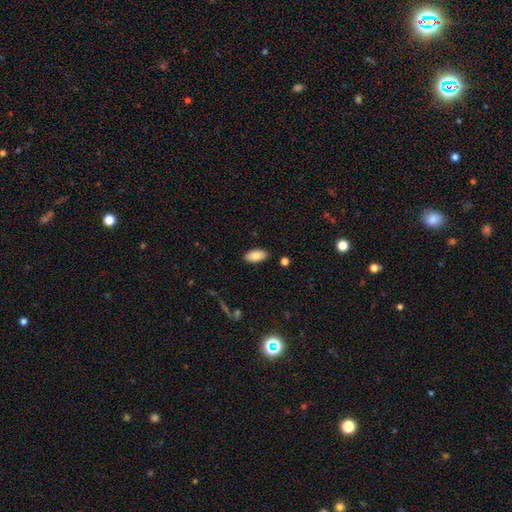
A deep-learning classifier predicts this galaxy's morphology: smooth 88%, star or artifact 7%, featured or disk 5%. Down the decision tree: how rounded — in between (93%); merging — none (87%).